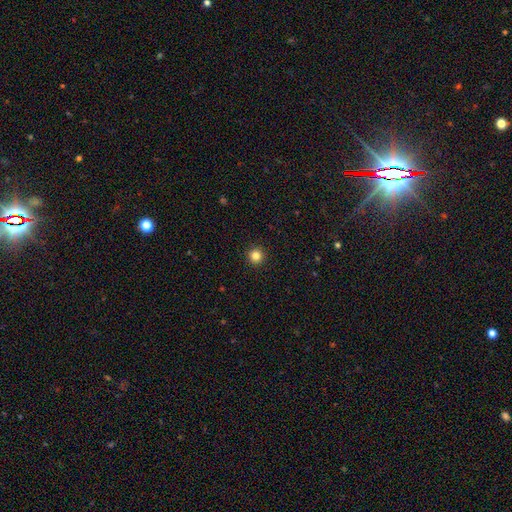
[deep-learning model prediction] A smooth galaxy with no disk features (83%) that is round (96%). Merging: none (93%).